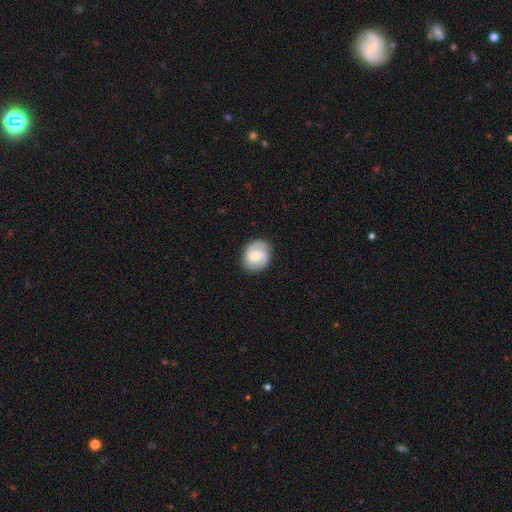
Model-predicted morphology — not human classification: The model was most divided on "bar": weak: 46%, no: 44%, strong: 10%. Remaining: edge-on disk — no (98%); spiral arms — yes (92%); merging — none (78%); spiral arm count — 2 (67%); smooth or featured — featured or disk (59%); bulge size — small (45%); spiral winding — medium (43%).